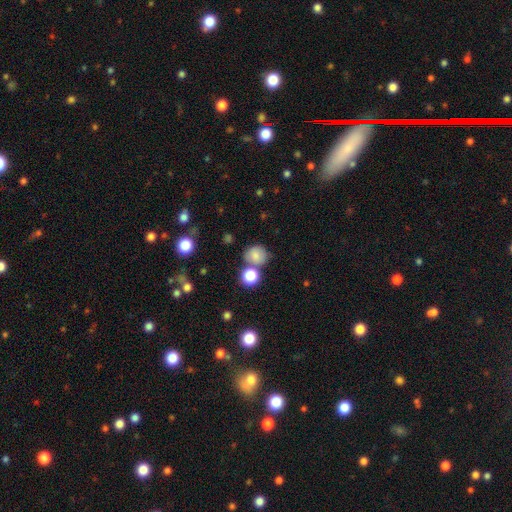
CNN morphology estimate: Q: Smooth or featured?
A: smooth (78%); runner-up: star or artifact (12%)
Q: How rounded?
A: round (79%); runner-up: in between (20%)
Q: Merging?
A: none (59%); runner-up: merger (22%)